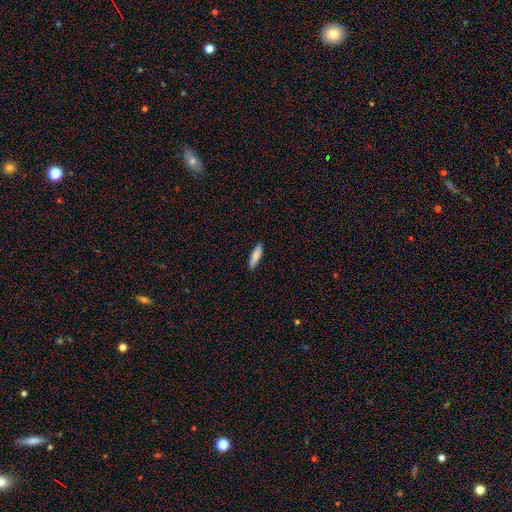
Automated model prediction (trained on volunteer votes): Smooth or featured? smooth (82%)
How rounded? cigar-shaped (65%)
Merging? none (90%)